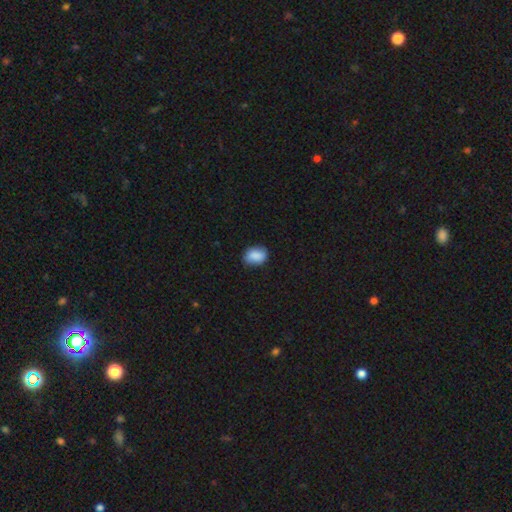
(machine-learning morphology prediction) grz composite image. It shows a smooth galaxy with no disk features (86%) that is in between round and cigar-shaped (69%). Merging: none (78%).